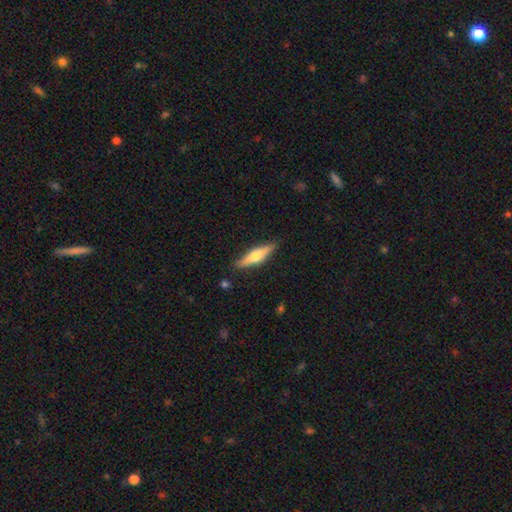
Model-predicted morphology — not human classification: Overall: featured or disk (48%; smooth 47%). Merging: none (87%).